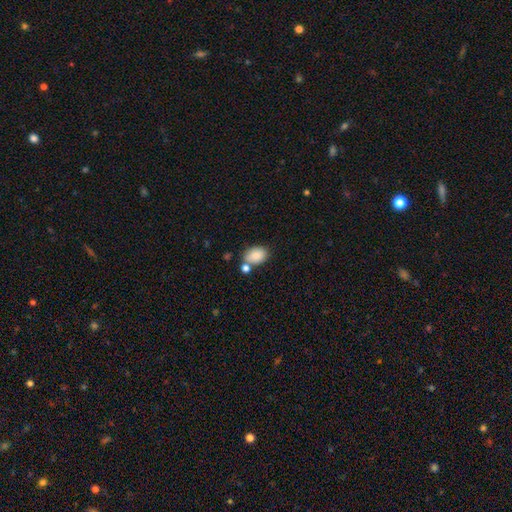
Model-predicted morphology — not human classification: smooth-or-featured: smooth: 87% | star or artifact: 7% | featured or disk: 6%
  how-rounded: in between: 85% | round: 13% | cigar-shaped: 1%
  merging: none: 61% | merger: 19% | minor disturbance: 15% | major disturbance: 4%